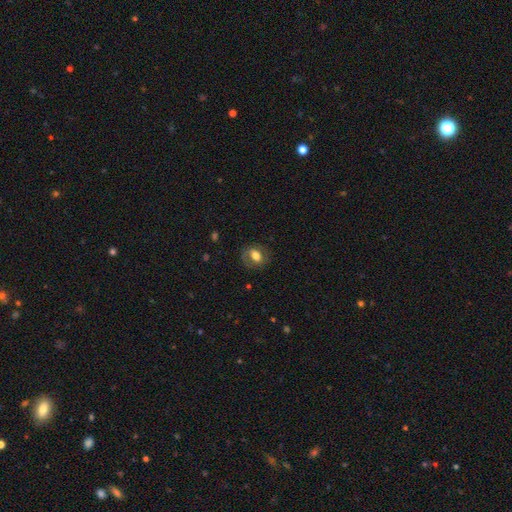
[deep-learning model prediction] Overall: smooth (60%; featured or disk 32%). How rounded: in between (61%; round 37%). Merging: none (75%).